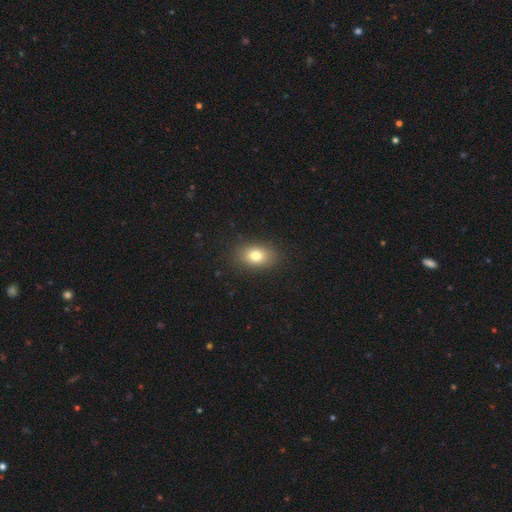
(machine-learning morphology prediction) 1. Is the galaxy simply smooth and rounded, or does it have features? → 79% smooth, 11% featured or disk, 10% star or artifact.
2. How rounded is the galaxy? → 79% in between, 19% round, 2% cigar-shaped.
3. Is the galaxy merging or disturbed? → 88% none, 8% minor disturbance, 3% major disturbance, 1% merger.